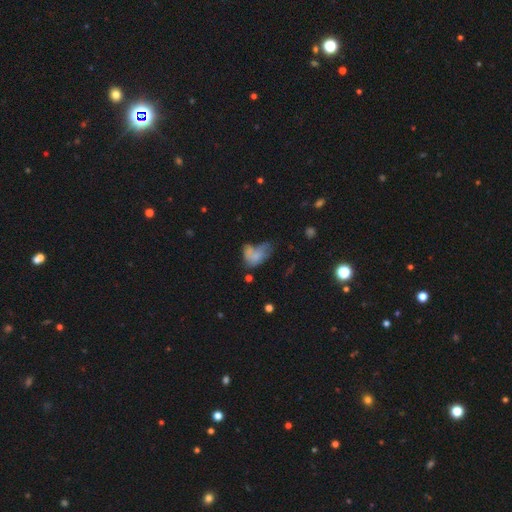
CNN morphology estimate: This is likely a smooth galaxy (64%). How rounded: clearly in between (85%). Merging: marginally major disturbance (32%).